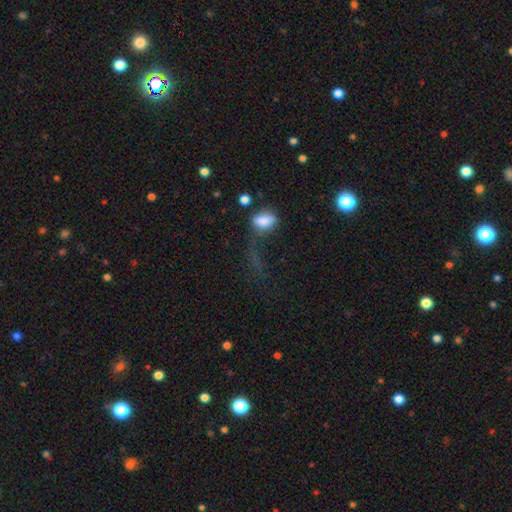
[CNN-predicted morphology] Smooth or featured? Predicted: smooth (p=0.39). Merging? Predicted: major disturbance (p=0.38).